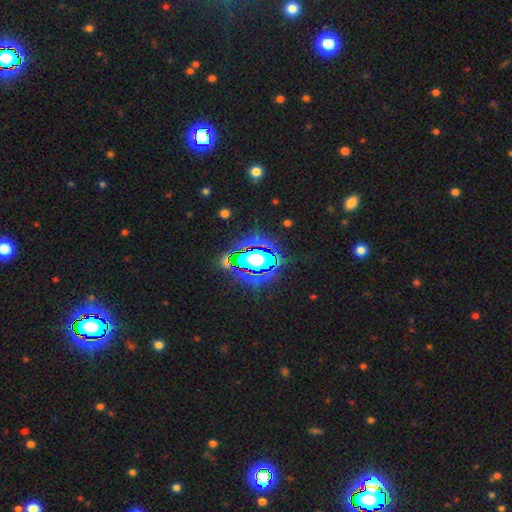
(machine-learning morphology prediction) This appears to be a star or artifact, not a galaxy (75%).